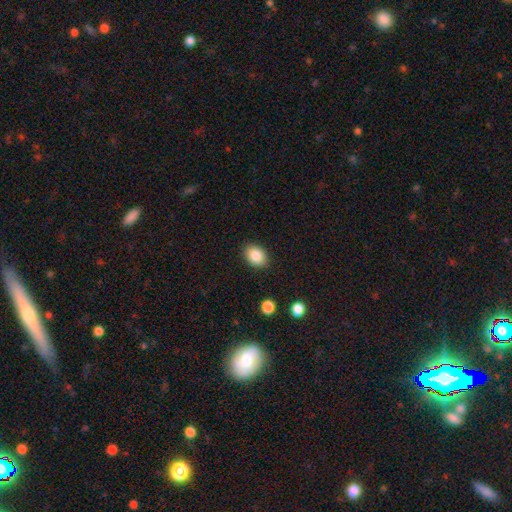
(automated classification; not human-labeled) Morphology: type=smooth (87%); roundness=in between (74%); merging=none (88%).